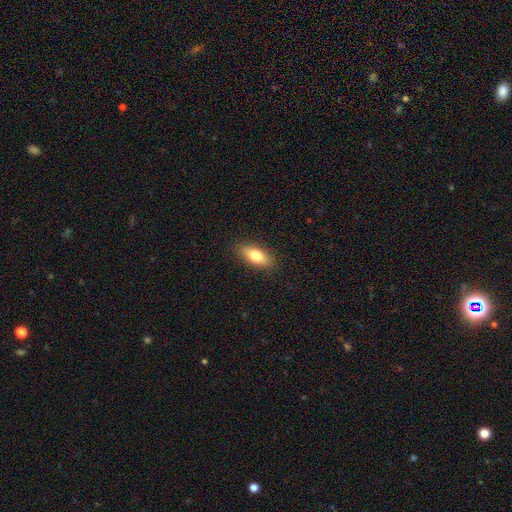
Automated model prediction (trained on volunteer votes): Overall: smooth (78%). How rounded: in between (81%). Merging: none (87%).